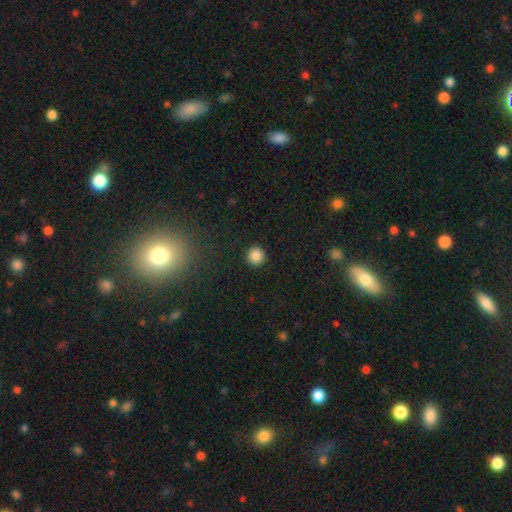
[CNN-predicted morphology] Smooth or featured? smooth (86%)
How rounded? round (95%)
Merging? none (92%)